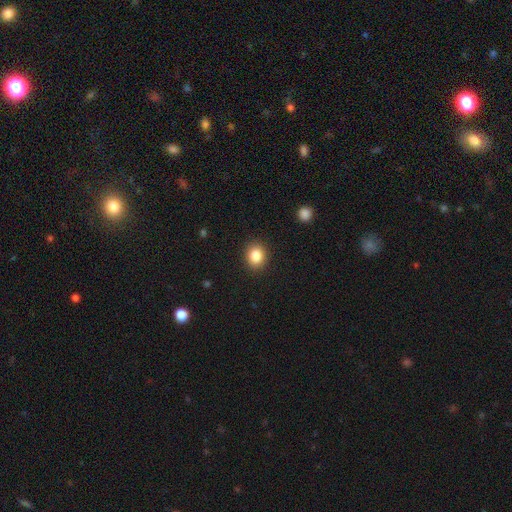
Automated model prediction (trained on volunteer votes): smooth_or_featured: smooth (p=0.85) [alt: star or artifact p=0.10]
how_rounded: round (p=0.67) [alt: in between p=0.32]
merging: none (p=0.90) [alt: minor disturbance p=0.07]